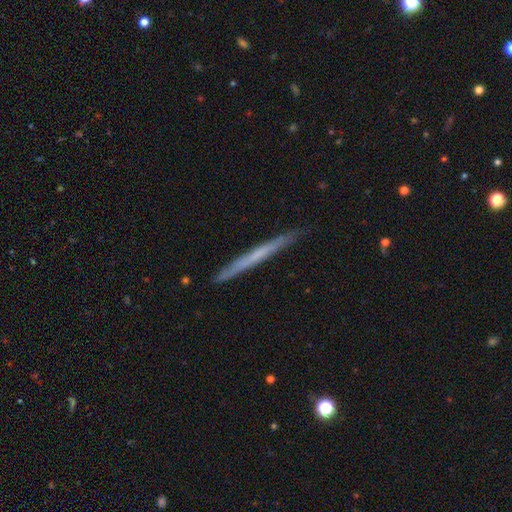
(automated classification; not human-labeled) smooth-or-featured: featured or disk: 47% (tied) | smooth: 47% (tied) | star or artifact: 6%
  merging: none: 89% | minor disturbance: 8% | major disturbance: 1% | merger: 1%